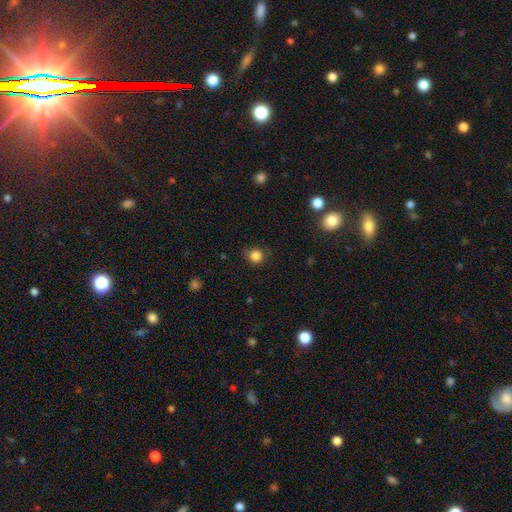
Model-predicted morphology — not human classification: Smooth or featured: smooth — 84% (star or artifact — 11%)
How rounded: round — 87% (in between — 12%)
Merging: none — 81% (minor disturbance — 14%)